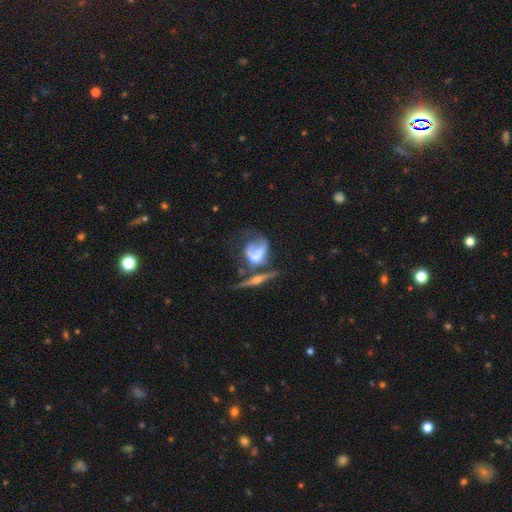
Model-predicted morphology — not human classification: Overall: featured or disk (59%; smooth 32%). Edge-on disk: no (66%; yes 34%). Merging: merger (40%; none 24%).